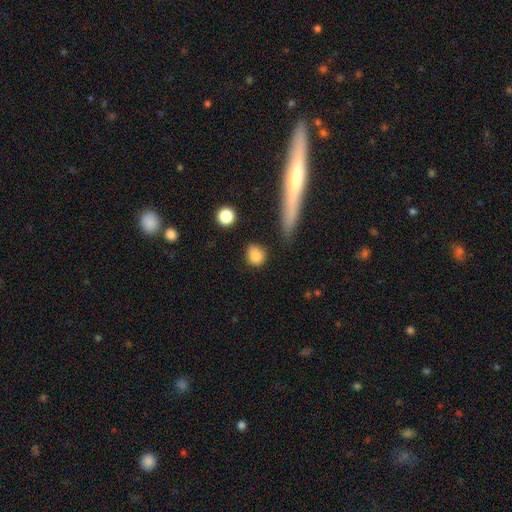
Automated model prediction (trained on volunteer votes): The model was most divided on "how rounded": round: 64%, in between: 32%, cigar-shaped: 4%. More confident: smooth or featured — smooth (84%); merging — none (76%).